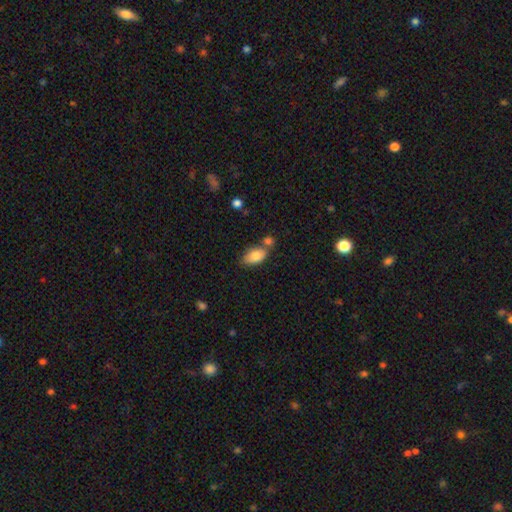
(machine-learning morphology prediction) A smooth galaxy with no disk features (83%) that is in between round and cigar-shaped (92%). Merging: none (56%).